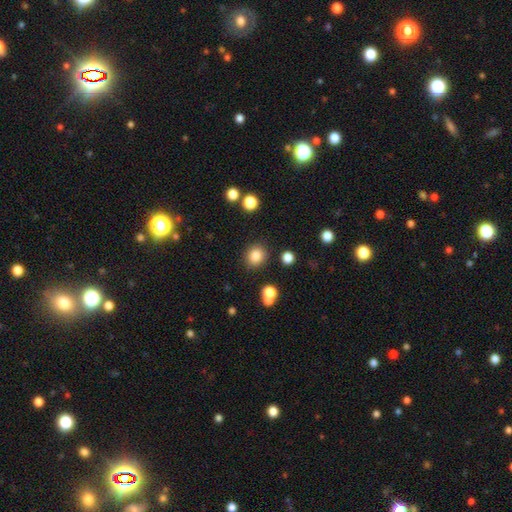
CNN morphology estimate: smooth_or_featured: smooth (p=0.83) [alt: star or artifact p=0.11]
how_rounded: round (p=0.80) [alt: in between p=0.19]
merging: none (p=0.86) [alt: minor disturbance p=0.08]